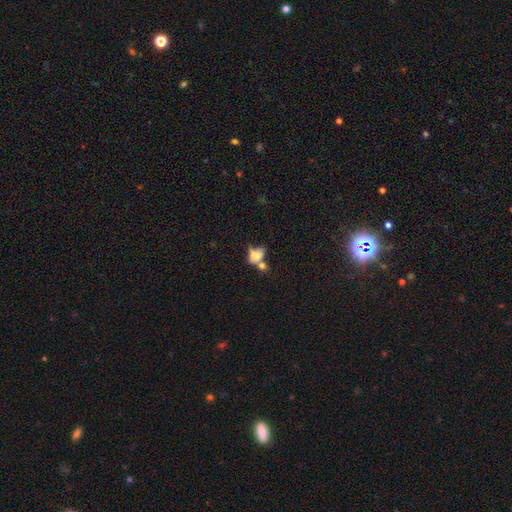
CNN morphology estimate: type=smooth (63%); roundness=in between (76%); merging=merger (47%).